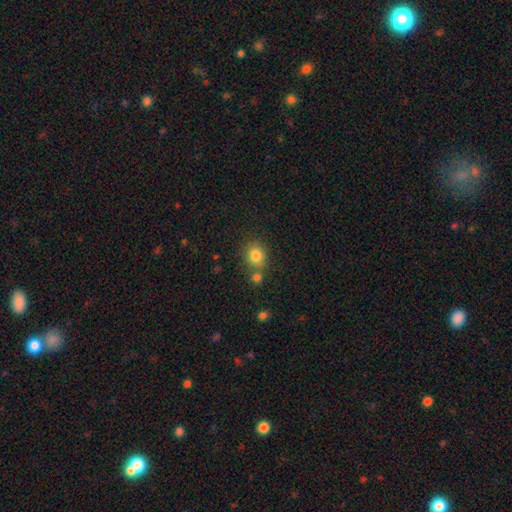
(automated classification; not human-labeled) smooth 82%, star or artifact 11%, featured or disk 7%. Down the decision tree: how rounded — round (69%); merging — none (67%).